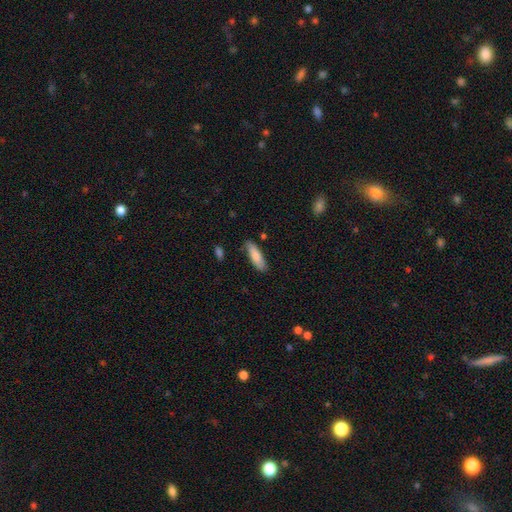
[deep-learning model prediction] Smooth or featured?
  - smooth: 82% *
  - featured or disk: 12%
  - star or artifact: 6%
How rounded?
  - in between: 51% *
  - cigar-shaped: 47%
  - round: 2%
Merging?
  - none: 76% *
  - minor disturbance: 18%
  - major disturbance: 3%
  - merger: 2%